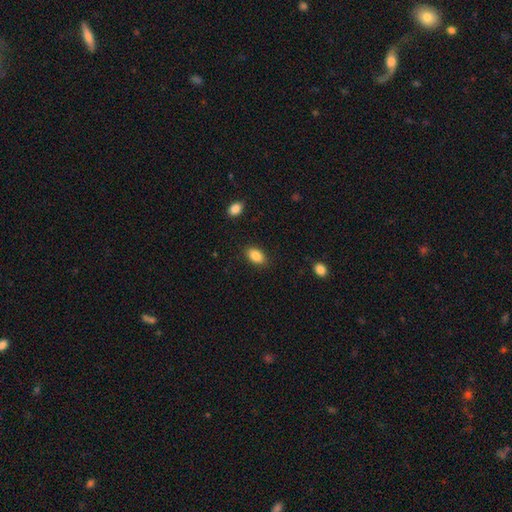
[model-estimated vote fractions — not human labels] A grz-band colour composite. It shows a smooth galaxy with no disk features (86%) that is in between round and cigar-shaped (91%). Merging: none (87%).